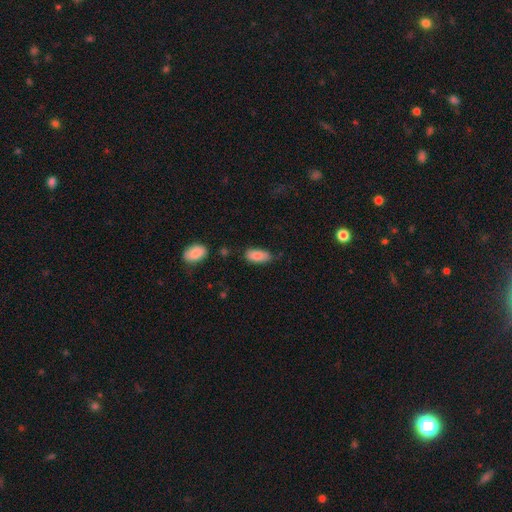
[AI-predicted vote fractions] A smooth galaxy with no disk features (86%) that is in between round and cigar-shaped (88%).

Vote fractions:
- Smooth or featured? smooth: 86% / featured or disk: 7% / star or artifact: 7%
- How rounded? in between: 88% / cigar-shaped: 9% / round: 2%
- Merging? none: 68% / minor disturbance: 25% / major disturbance: 4% / merger: 3%